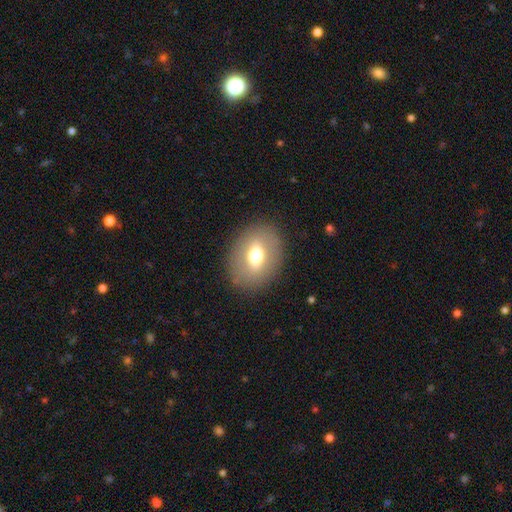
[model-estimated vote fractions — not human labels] This is likely a smooth galaxy (61%). How rounded: likely in between (64%). Merging: clearly none (86%).